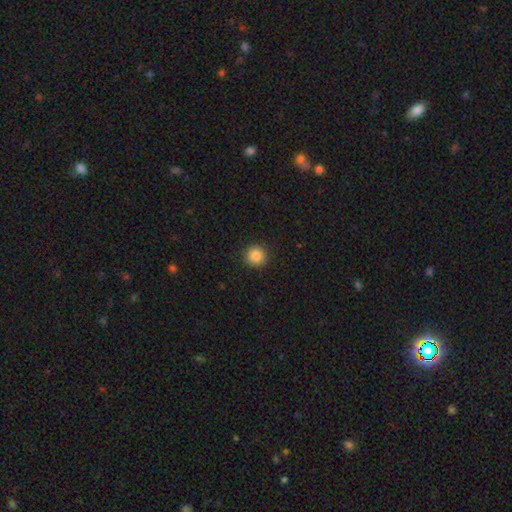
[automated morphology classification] Smooth or featured? smooth (87%)
How rounded? round (93%)
Merging? none (91%)